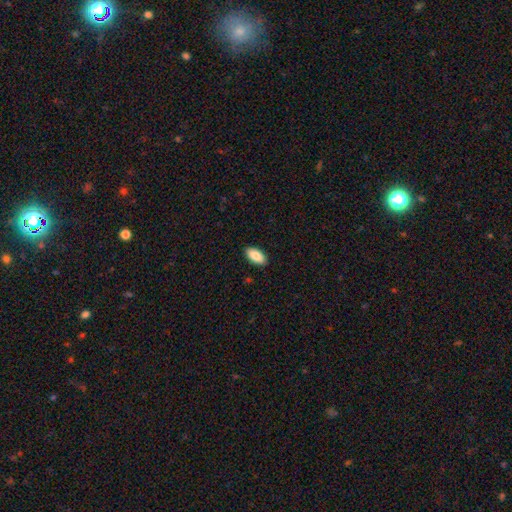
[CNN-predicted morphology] type=smooth (87%); roundness=in between (93%); merging=none (90%).